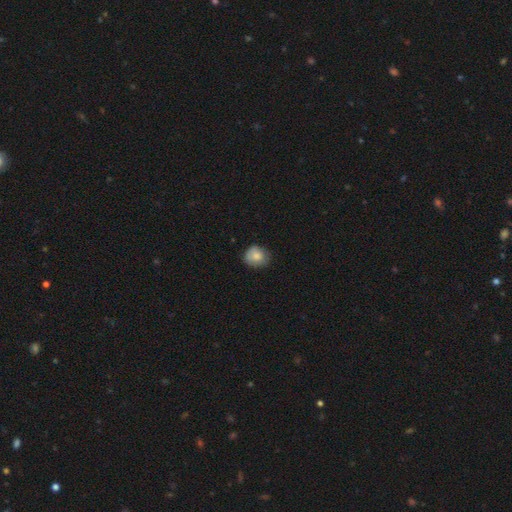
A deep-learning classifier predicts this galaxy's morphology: Overall: smooth (78%). How rounded: round (72%). Merging: none (72%).